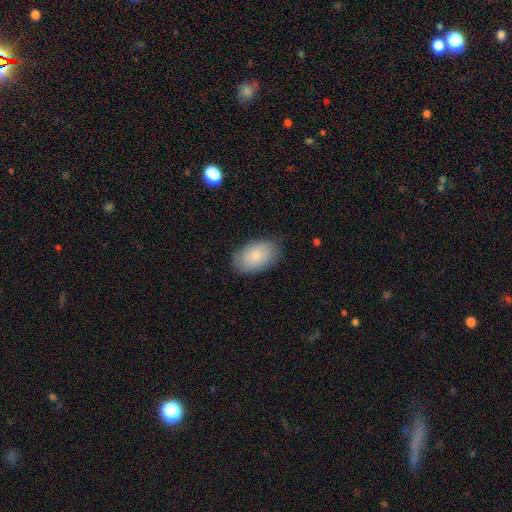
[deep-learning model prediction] A smooth galaxy with no disk features (78%) that is in between round and cigar-shaped (91%). Merging: none (81%).